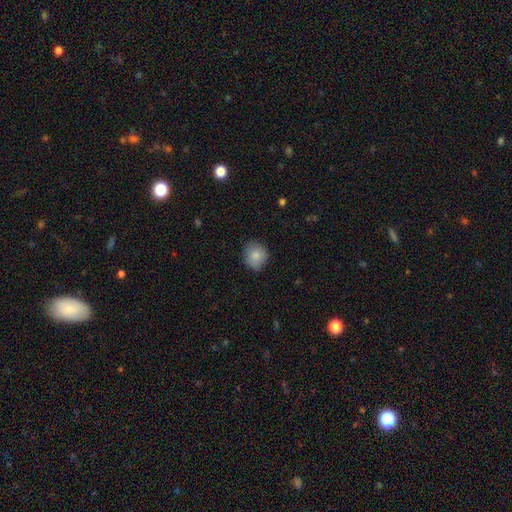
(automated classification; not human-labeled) smooth 85%, star or artifact 8%, featured or disk 7%. Down the decision tree: how rounded — round (78%); merging — none (82%).